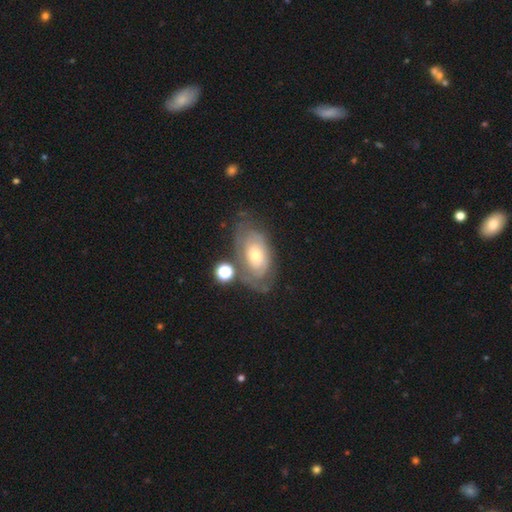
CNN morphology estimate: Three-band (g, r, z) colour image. It shows a featured or disk galaxy (74%) with no bar (79%), tight (70%) spiral arms (83%) and a moderate central bulge (48%). Merging: none (59%).